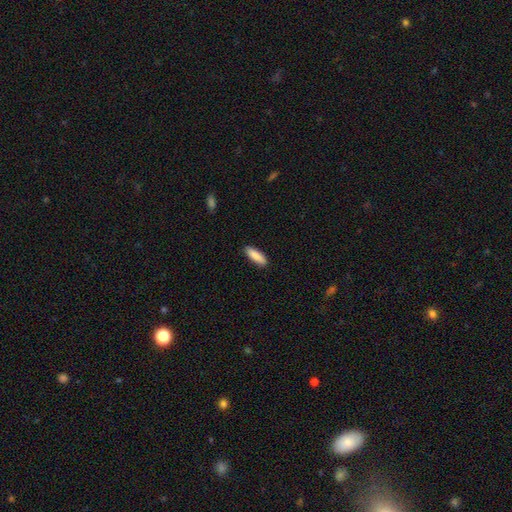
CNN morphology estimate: Smooth or featured? smooth (88%)
How rounded? cigar-shaped (50%)
Merging? none (89%)